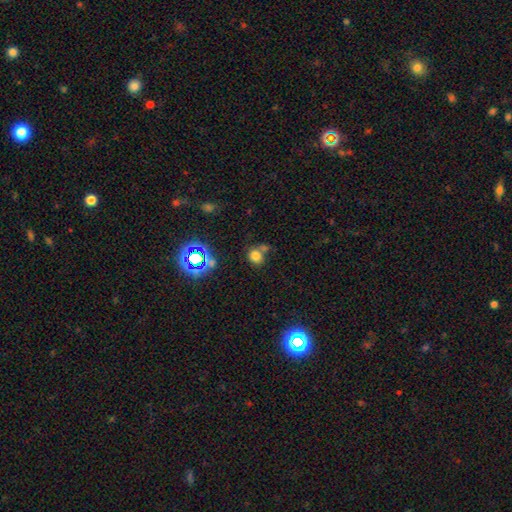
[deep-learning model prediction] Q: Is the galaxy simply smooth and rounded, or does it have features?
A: smooth — 72%.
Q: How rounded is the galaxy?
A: round — 74%.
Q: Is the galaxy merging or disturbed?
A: none — 56%.